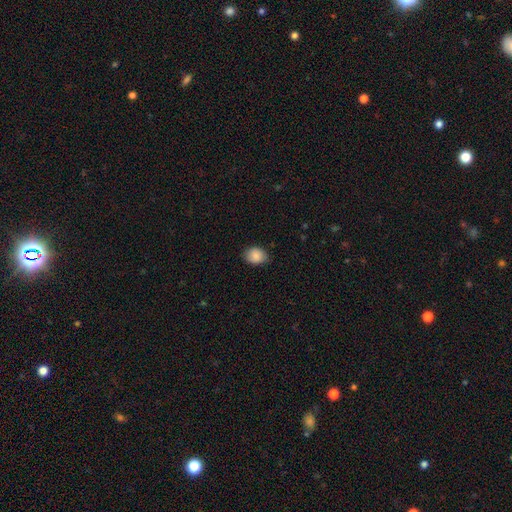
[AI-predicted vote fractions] smooth_or_featured: smooth (p=0.88) [alt: star or artifact p=0.08]
how_rounded: in between (p=0.62) [alt: round p=0.37]
merging: none (p=0.78) [alt: minor disturbance p=0.18]